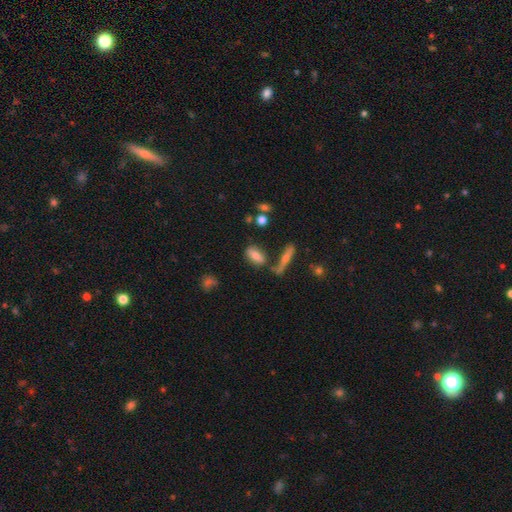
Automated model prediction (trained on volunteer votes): smooth_or_featured: smooth (p=0.74) [alt: featured or disk p=0.16]
how_rounded: in between (p=0.78) [alt: cigar-shaped p=0.18]
merging: none (p=0.62) [alt: minor disturbance p=0.17]